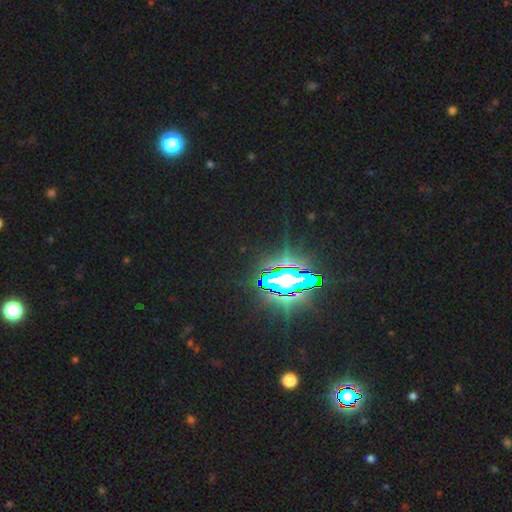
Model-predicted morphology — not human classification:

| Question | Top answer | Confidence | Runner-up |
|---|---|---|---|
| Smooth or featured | star or artifact | 83% | smooth (9%) |